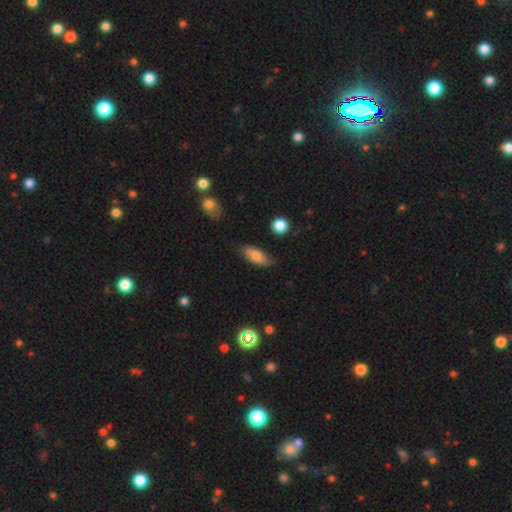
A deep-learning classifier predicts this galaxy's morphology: type=smooth (70%); roundness=in between (79%); merging=none (66%).